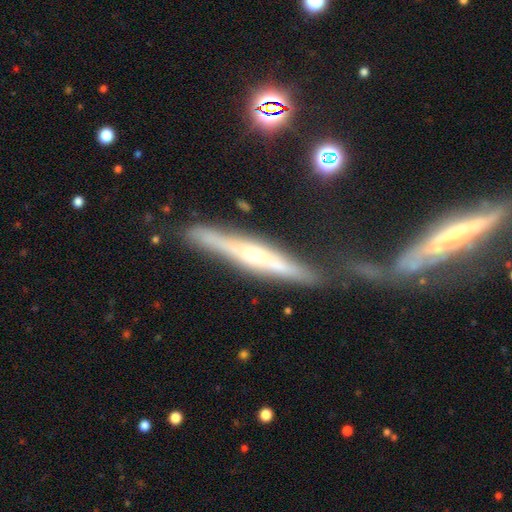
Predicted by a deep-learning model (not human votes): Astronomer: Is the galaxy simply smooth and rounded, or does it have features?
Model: featured or disk — 69%.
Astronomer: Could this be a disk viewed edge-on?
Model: yes — 91%.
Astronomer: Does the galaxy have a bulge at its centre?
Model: rounded — 73%.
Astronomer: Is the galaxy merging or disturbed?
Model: none — 67%.